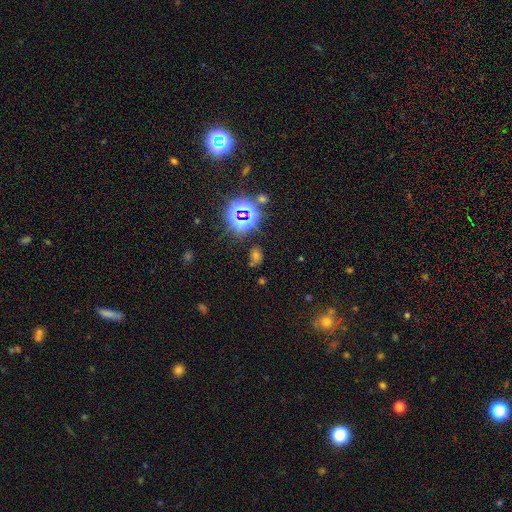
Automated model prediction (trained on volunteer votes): Smooth or featured? star or artifact (56%)